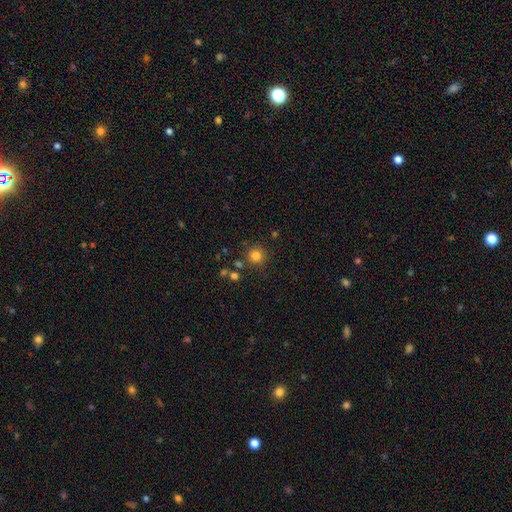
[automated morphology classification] smooth 81%, star or artifact 14%, featured or disk 6%. Down the decision tree: how rounded — round (94%); merging — none (83%).